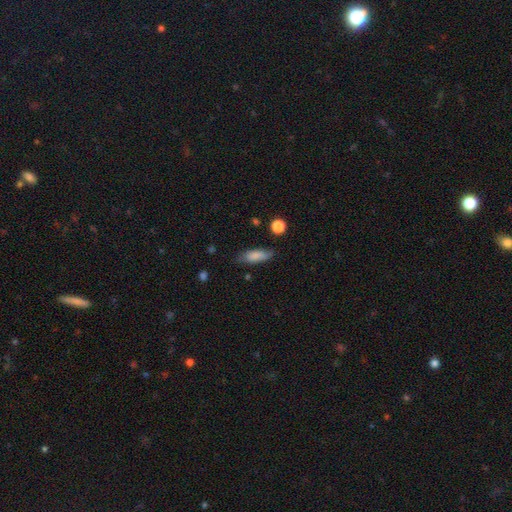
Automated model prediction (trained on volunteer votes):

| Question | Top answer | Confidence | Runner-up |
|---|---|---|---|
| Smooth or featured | smooth | 83% | featured or disk (9%) |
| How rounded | in between | 62% | cigar-shaped (36%) |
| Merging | none | 74% | minor disturbance (20%) |